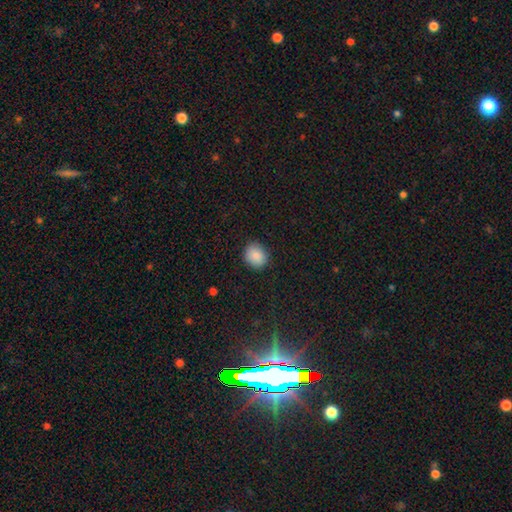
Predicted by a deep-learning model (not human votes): A smooth galaxy with no disk features (88%) that is round (66%).

Vote fractions:
- Smooth or featured? smooth: 88% / star or artifact: 8% / featured or disk: 4%
- How rounded? round: 66% / in between: 33% / cigar-shaped: 1%
- Merging? none: 88% / minor disturbance: 9% / major disturbance: 2% / merger: 1%